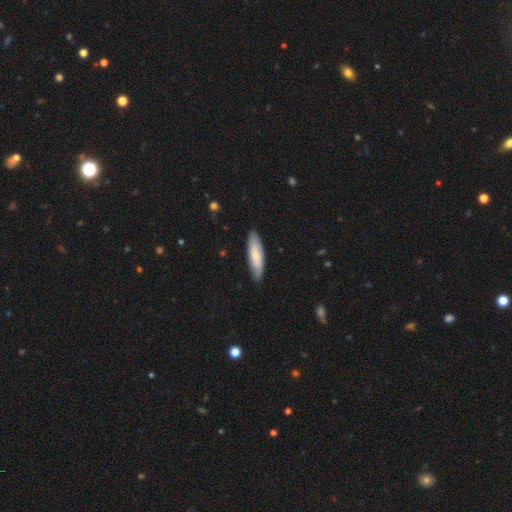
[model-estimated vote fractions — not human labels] This is likely a smooth galaxy (71%). How rounded: possibly cigar-shaped (59%). Merging: clearly none (85%).